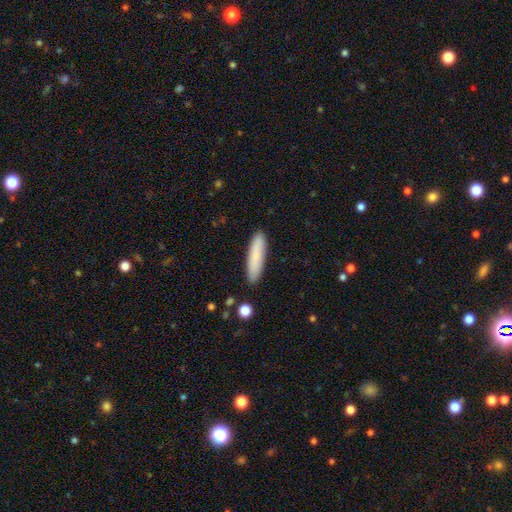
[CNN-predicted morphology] Smooth or featured: smooth — 81% (featured or disk — 12%)
How rounded: cigar-shaped — 77% (in between — 22%)
Merging: none — 89% (minor disturbance — 8%)